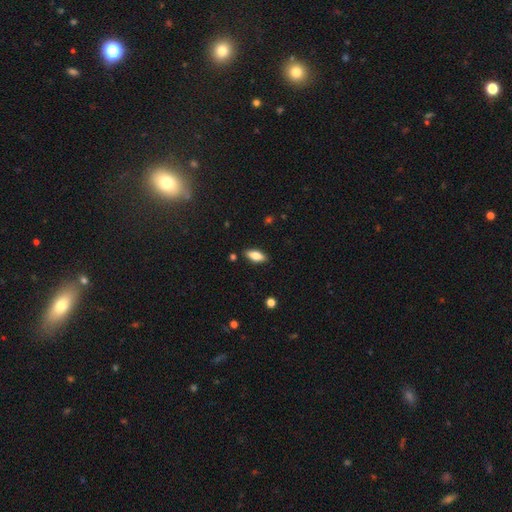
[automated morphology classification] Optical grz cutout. It shows a smooth galaxy with no disk features (71%) that is in between round and cigar-shaped (79%). Merging: none (87%).